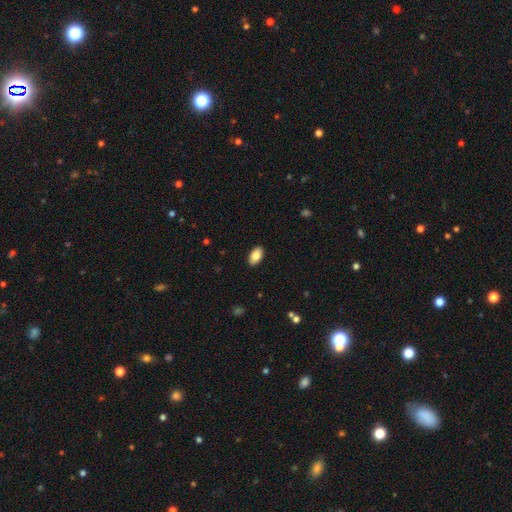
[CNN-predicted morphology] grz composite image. It shows a smooth galaxy with no disk features (84%) that is in between round and cigar-shaped (94%). Merging: none (90%).